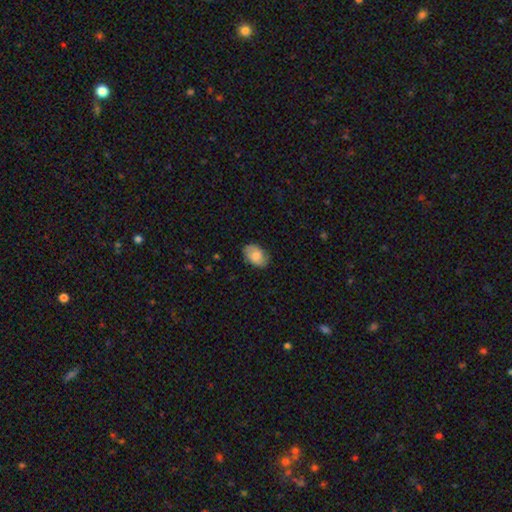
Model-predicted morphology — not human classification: smooth 65%, featured or disk 27%, star or artifact 8%. Down the decision tree: how rounded — in between (87%); merging — none (79%).